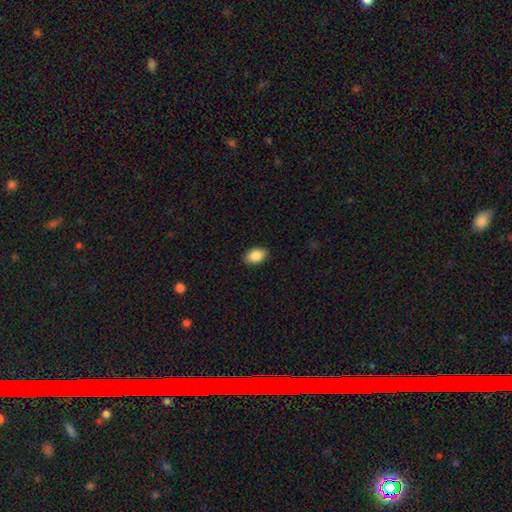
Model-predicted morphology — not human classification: type=smooth (88%); roundness=in between (89%); merging=none (89%).